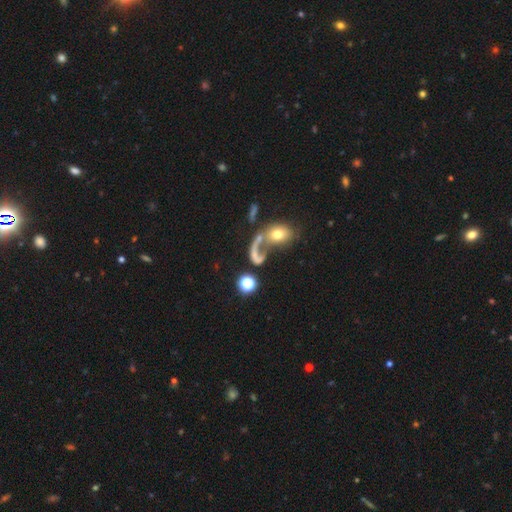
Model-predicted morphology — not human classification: type=smooth (42%, tied with featured or disk); merging=merger (36%).